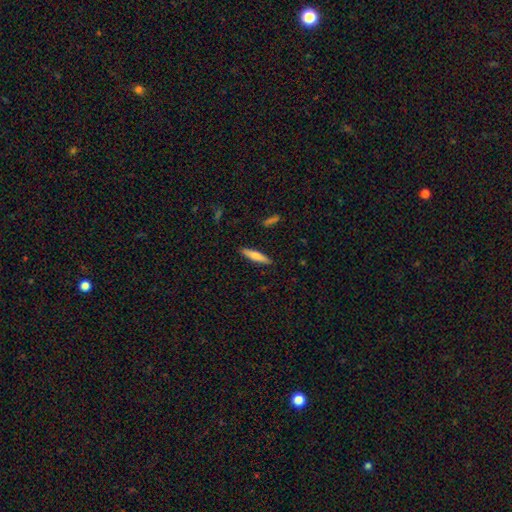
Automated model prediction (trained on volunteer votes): smooth_or_featured: smooth (p=0.75) [alt: featured or disk p=0.19]
how_rounded: cigar-shaped (p=0.82) [alt: in between p=0.17]
merging: none (p=0.89) [alt: minor disturbance p=0.08]